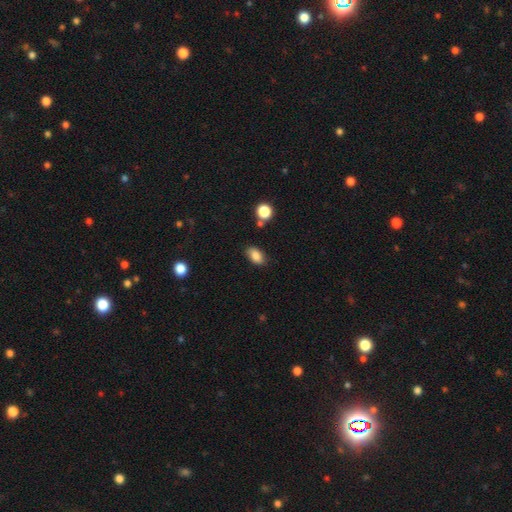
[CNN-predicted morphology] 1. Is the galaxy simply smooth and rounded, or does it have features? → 85% smooth, 9% star or artifact, 6% featured or disk.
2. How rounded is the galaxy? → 89% in between, 9% round, 2% cigar-shaped.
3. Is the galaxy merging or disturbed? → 82% none, 12% minor disturbance, 3% merger, 3% major disturbance.